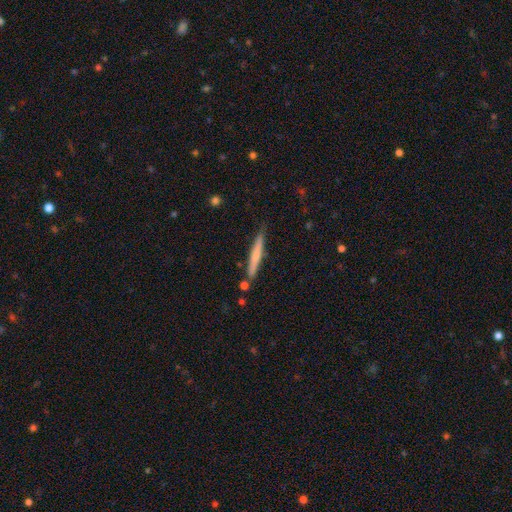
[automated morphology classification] Smooth or featured: smooth — 56% (featured or disk — 38%)
How rounded: cigar-shaped — 95% (in between — 3%)
Merging: none — 82% (minor disturbance — 12%)